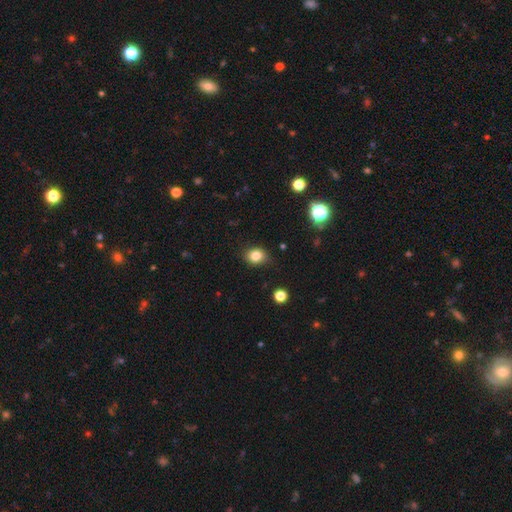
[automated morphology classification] This is clearly a smooth galaxy (82%). How rounded: possibly round (57%). Merging: clearly none (84%).